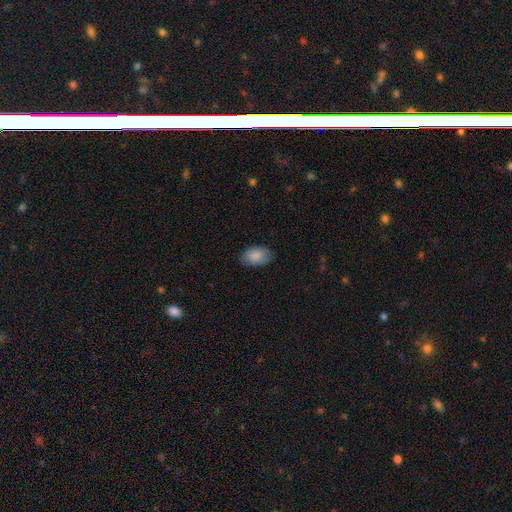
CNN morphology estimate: This is clearly a smooth galaxy (88%). How rounded: clearly in between (91%). Merging: clearly none (83%).